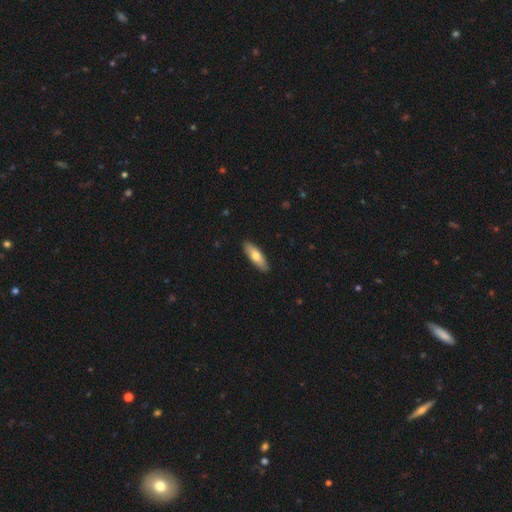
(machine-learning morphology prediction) This is likely a smooth galaxy (70%). How rounded: possibly in between (52%). Merging: clearly none (90%).